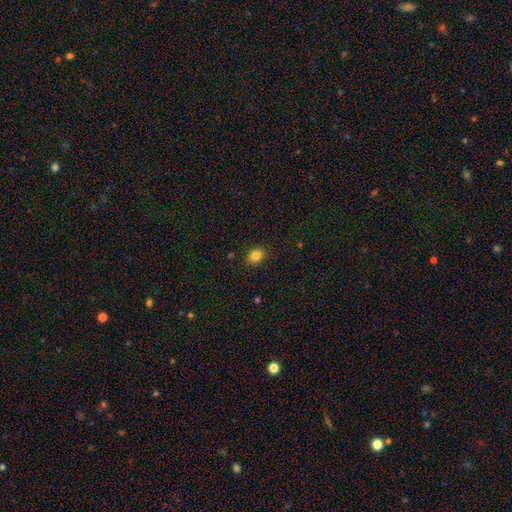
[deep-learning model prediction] Q: Smooth or featured?
A: smooth (82%); runner-up: star or artifact (12%)
Q: How rounded?
A: round (59%); runner-up: in between (40%)
Q: Merging?
A: none (86%); runner-up: minor disturbance (10%)